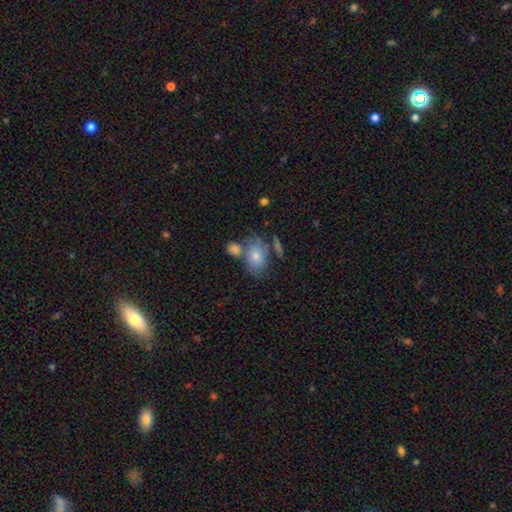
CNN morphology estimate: smooth_or_featured: smooth (p=0.63) [alt: featured or disk p=0.27]
how_rounded: in between (p=0.75) [alt: round p=0.23]
merging: none (p=0.45) [alt: merger p=0.29]